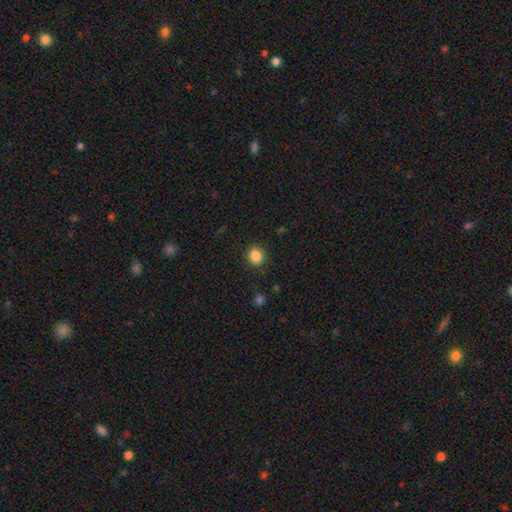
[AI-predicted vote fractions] Smooth or featured? smooth (86%)
How rounded? round (81%)
Merging? none (89%)